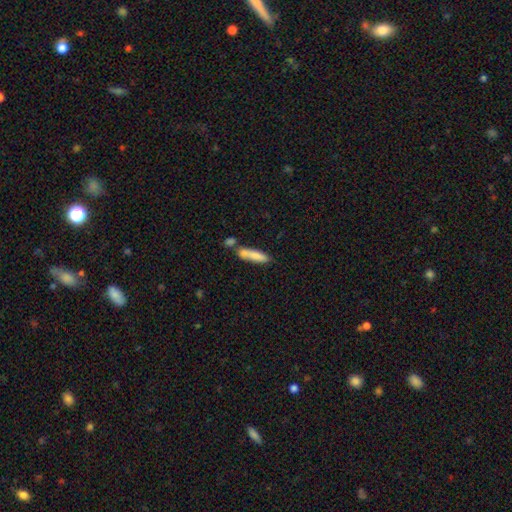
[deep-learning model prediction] Smooth or featured? smooth (77%)
How rounded? cigar-shaped (74%)
Merging? none (43%)